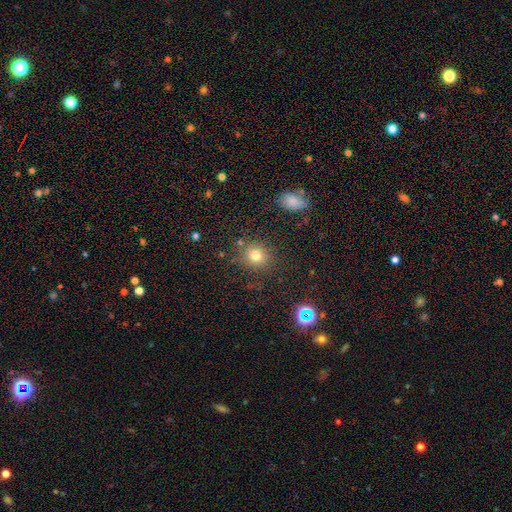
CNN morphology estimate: Smooth or featured: smooth — 77% (star or artifact — 15%)
How rounded: round — 81% (in between — 18%)
Merging: none — 82% (minor disturbance — 10%)